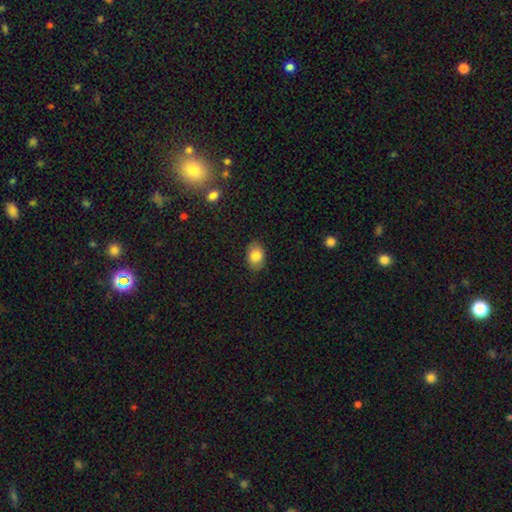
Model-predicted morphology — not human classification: Overall: smooth (83%). How rounded: in between (79%). Merging: none (84%).